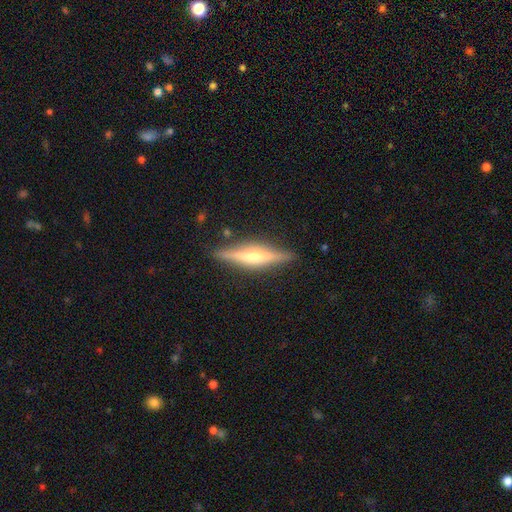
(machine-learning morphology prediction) type=featured or disk (69%); edge-on=yes (96%); edge-on bulge=rounded (73%); merging=none (87%).